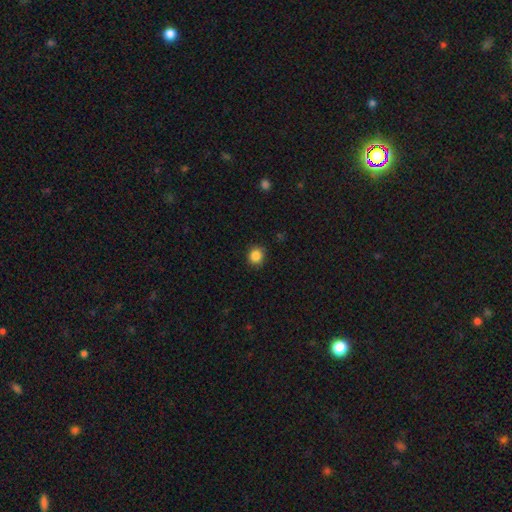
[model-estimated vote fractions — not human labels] Smooth or featured? Predicted: smooth (p=0.86). How rounded? Predicted: round (p=0.85). Merging? Predicted: none (p=0.87).